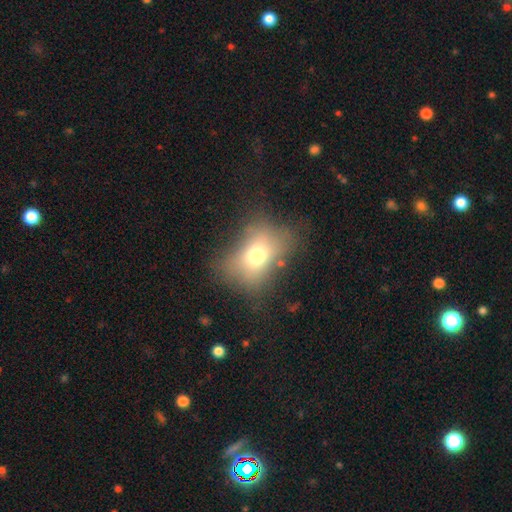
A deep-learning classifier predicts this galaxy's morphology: Smooth or featured? Predicted: smooth (p=0.65). How rounded? Predicted: in between (p=0.71). Merging? Predicted: none (p=0.55).